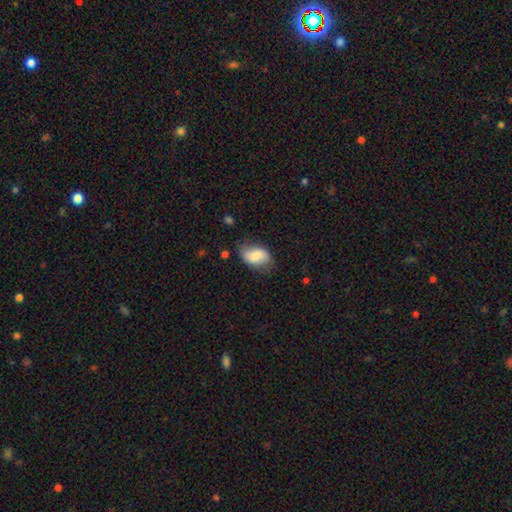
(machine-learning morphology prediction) Overall: smooth (73%). How rounded: in between (88%). Merging: none (59%; minor disturbance 30%).